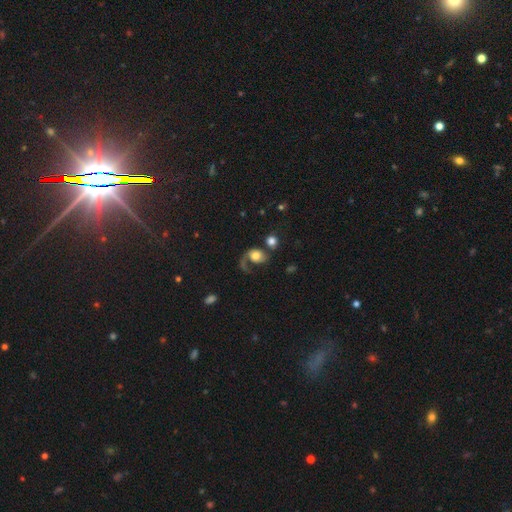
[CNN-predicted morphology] Q: Smooth or featured?
A: featured or disk (52%); runner-up: smooth (39%)
Q: Edge-on disk?
A: no (97%); runner-up: yes (3%)
Q: Bar?
A: no (77%); runner-up: weak (19%)
Q: Spiral arms?
A: yes (81%); runner-up: no (19%)
Q: Bulge size?
A: moderate (46%); runner-up: large (32%)
Q: Merging?
A: major disturbance (42%); runner-up: none (30%)